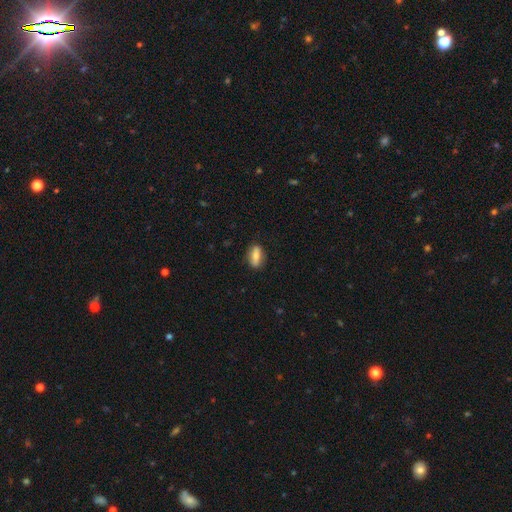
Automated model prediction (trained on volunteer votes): A smooth galaxy with no disk features (66%) that is in between round and cigar-shaped (72%).

Vote fractions:
- Smooth or featured? smooth: 66% / featured or disk: 27% / star or artifact: 7%
- How rounded? in between: 72% / cigar-shaped: 21% / round: 6%
- Merging? none: 84% / minor disturbance: 12% / major disturbance: 3% / merger: 1%